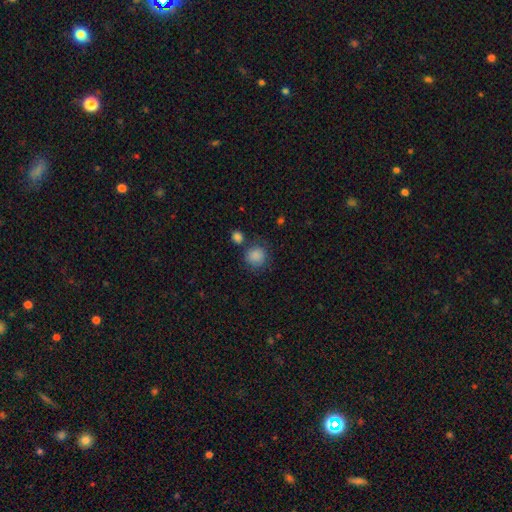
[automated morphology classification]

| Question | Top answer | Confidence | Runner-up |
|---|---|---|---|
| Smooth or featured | smooth | 86% | star or artifact (9%) |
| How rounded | round | 89% | in between (10%) |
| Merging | none | 70% | minor disturbance (14%) |